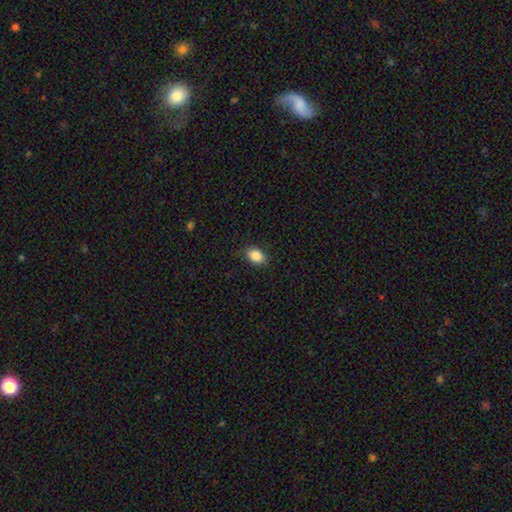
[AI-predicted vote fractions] Smooth or featured? smooth (88%)
How rounded? in between (81%)
Merging? none (86%)